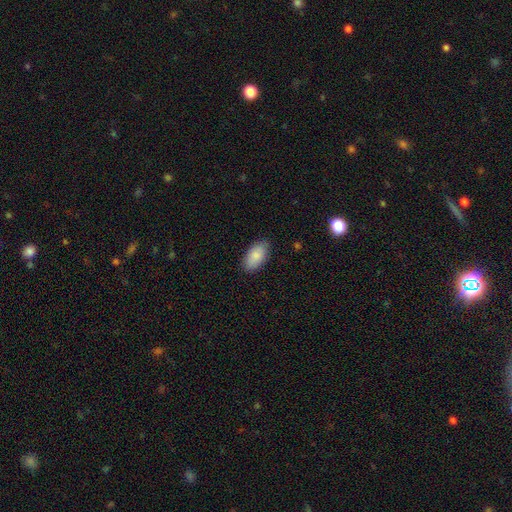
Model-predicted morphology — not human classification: smooth 86%, featured or disk 8%, star or artifact 6%. Down the decision tree: how rounded — in between (94%); merging — none (85%).